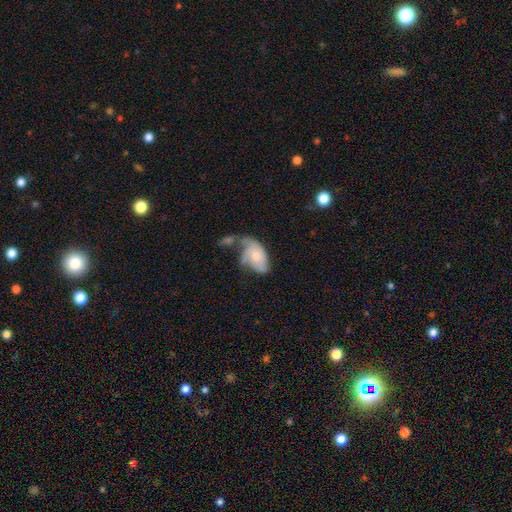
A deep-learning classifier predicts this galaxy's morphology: smooth-or-featured: featured or disk: 57% | smooth: 37% | star or artifact: 7%
  disk-edge-on: no: 96% | yes: 4%
    bar: no: 74% | weak: 22% | strong: 4%
    has-spiral-arms: yes: 78% | no: 22%
    bulge-size: moderate: 44% | small: 42% | none: 8% | large: 5% | dominant: 2%
  merging: major disturbance: 27% | merger: 25% | none: 25% | minor disturbance: 23%